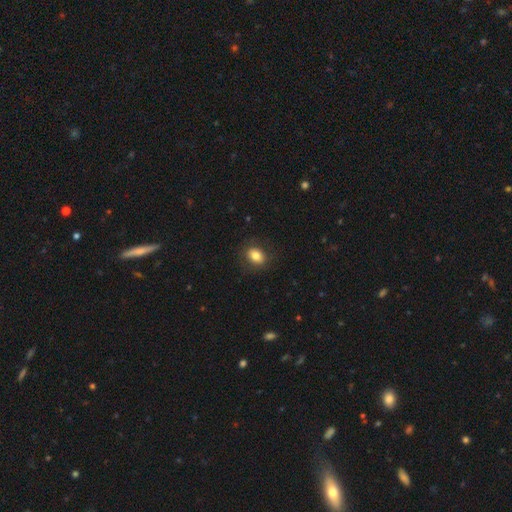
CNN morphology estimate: Q: Smooth or featured?
A: smooth (82%); runner-up: star or artifact (9%)
Q: How rounded?
A: in between (63%); runner-up: round (36%)
Q: Merging?
A: none (85%); runner-up: minor disturbance (10%)